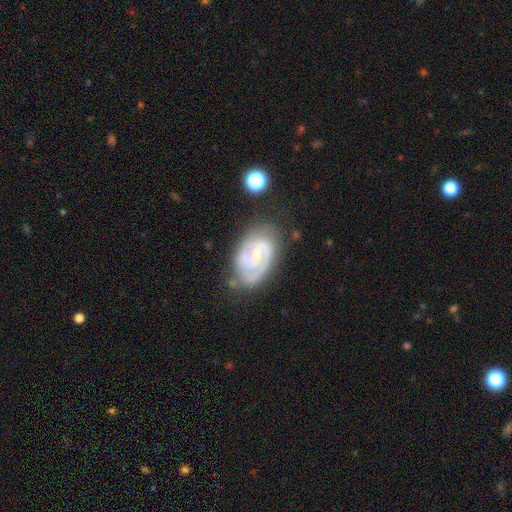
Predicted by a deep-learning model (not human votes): A featured or disk galaxy (87%) with a weak bar (45%), 2 (71%) tight (55%) spiral arms (97%) and a small central bulge (69%).

Vote fractions:
- Smooth or featured? featured or disk: 87% / smooth: 8% / star or artifact: 5%
- Edge-on disk? no: 97% / yes: 3%
- Bar? weak: 45% / no: 41% / strong: 13%
- Spiral arms? yes: 97% / no: 3%
- Spiral winding? tight: 55% / medium: 38% / loose: 7%
- Spiral arm count? 2: 71% / 3: 12% / can't tell: 10% / 1: 4% / 4: 2% / more than 4: 2%
- Bulge size? small: 69% / moderate: 25% / none: 5% / large: 1% / dominant: 1%
- Merging? none: 70% / minor disturbance: 20% / major disturbance: 7% / merger: 3%